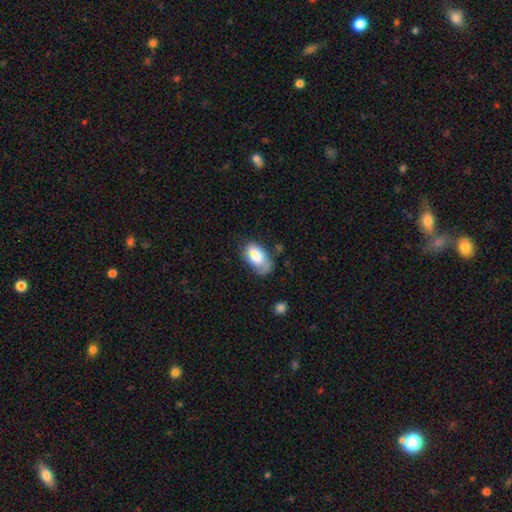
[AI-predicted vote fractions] smooth_or_featured: smooth (p=0.78) [alt: featured or disk p=0.15]
how_rounded: in between (p=0.94) [alt: round p=0.04]
merging: none (p=0.45) [alt: minor disturbance p=0.35]